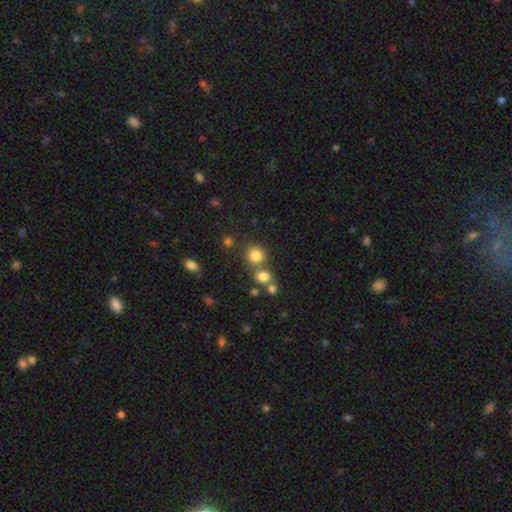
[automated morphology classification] Smooth or featured?
  - smooth: 80% *
  - star or artifact: 14%
  - featured or disk: 6%
How rounded?
  - round: 86% *
  - in between: 13%
  - cigar-shaped: 1%
Merging?
  - none: 65% *
  - merger: 23%
  - minor disturbance: 8%
  - major disturbance: 4%